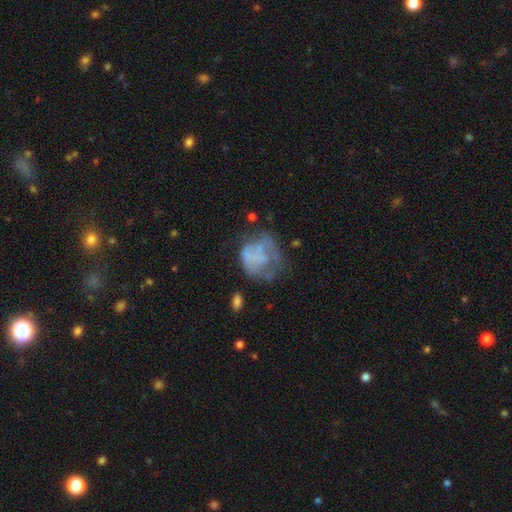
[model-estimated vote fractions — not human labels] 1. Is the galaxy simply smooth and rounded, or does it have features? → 49% featured or disk, 40% smooth, 11% star or artifact.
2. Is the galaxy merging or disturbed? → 36% major disturbance, 34% none, 24% minor disturbance, 6% merger.